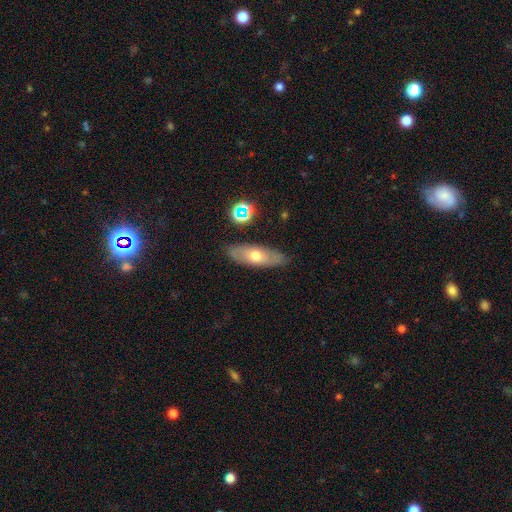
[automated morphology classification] Smooth or featured? smooth (52%)
How rounded? in between (63%)
Merging? none (84%)